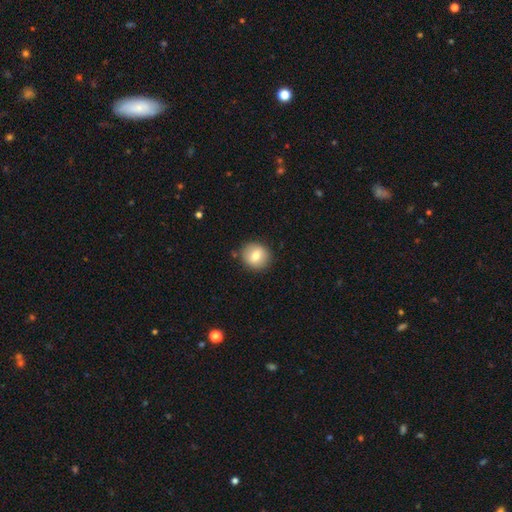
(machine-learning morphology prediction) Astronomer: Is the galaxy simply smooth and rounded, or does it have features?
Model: smooth — 76%.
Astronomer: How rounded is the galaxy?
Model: round — 87%.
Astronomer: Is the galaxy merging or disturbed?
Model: none — 87%.